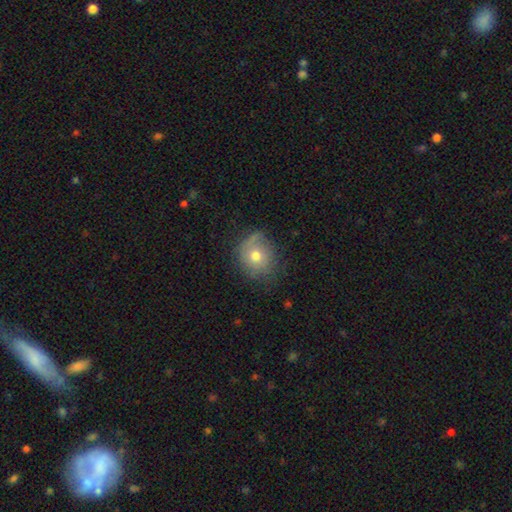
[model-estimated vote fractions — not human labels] This is likely a smooth galaxy (68%). How rounded: likely round (77%). Merging: likely none (61%).